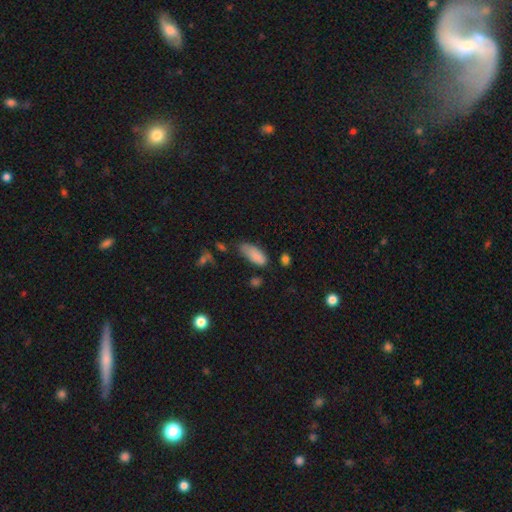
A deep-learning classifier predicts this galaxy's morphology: smooth_or_featured: smooth (p=0.85) [alt: featured or disk p=0.08]
how_rounded: in between (p=0.80) [alt: cigar-shaped p=0.18]
merging: none (p=0.53) [alt: minor disturbance p=0.33]